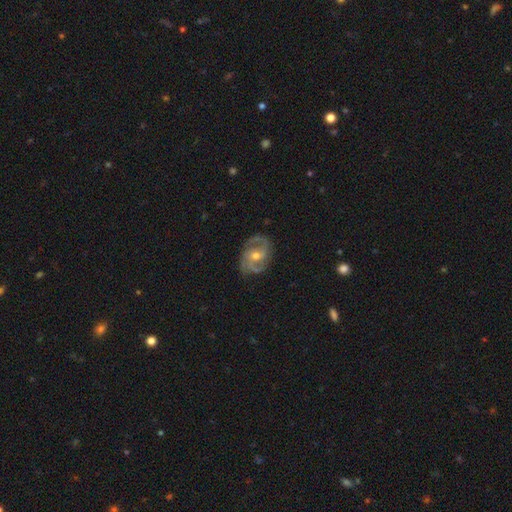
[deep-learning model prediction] A featured or disk galaxy (88%) with no bar (50%), 2 (50%) medium (52%) spiral arms (97%) and a moderate central bulge (65%).

Vote fractions:
- Smooth or featured? featured or disk: 88% / smooth: 7% / star or artifact: 5%
- Edge-on disk? no: 97% / yes: 3%
- Bar? no: 50% / weak: 39% / strong: 11%
- Spiral arms? yes: 97% / no: 3%
- Spiral winding? medium: 52% / tight: 34% / loose: 14%
- Spiral arm count? 2: 50% / 3: 29% / can't tell: 9% / 4: 5% / 1: 4% / more than 4: 3%
- Bulge size? moderate: 65% / small: 31% / large: 3% / none: 1% / dominant: 1%
- Merging? none: 76% / minor disturbance: 17% / major disturbance: 6% / merger: 1%